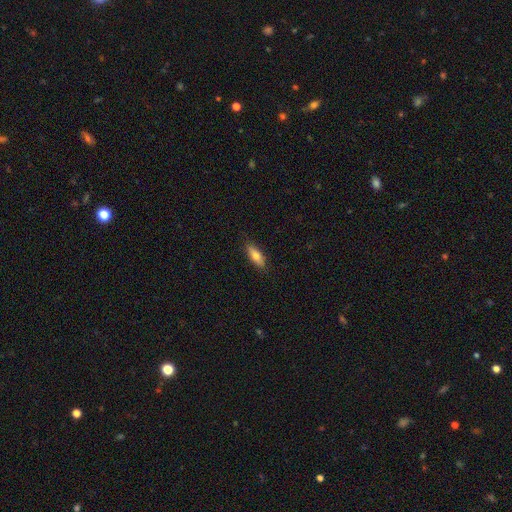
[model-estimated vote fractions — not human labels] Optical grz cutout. It shows a smooth galaxy with no disk features (73%) that is in between round and cigar-shaped (62%). Merging: none (86%).